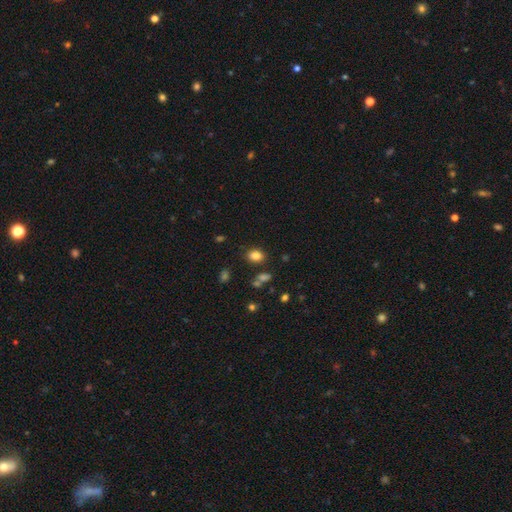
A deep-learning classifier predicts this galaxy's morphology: The model was most divided on "how rounded": in between: 63%, round: 36%, cigar-shaped: 1%. More confident: smooth or featured — smooth (83%); merging — none (82%).